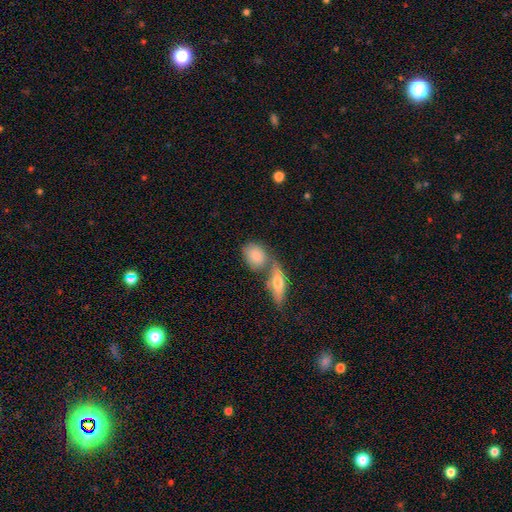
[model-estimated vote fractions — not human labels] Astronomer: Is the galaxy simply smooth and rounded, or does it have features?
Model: smooth — 81%.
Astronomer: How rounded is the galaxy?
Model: in between — 67%.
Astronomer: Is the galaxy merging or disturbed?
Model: none — 43% (runner-up: merger, 40%).